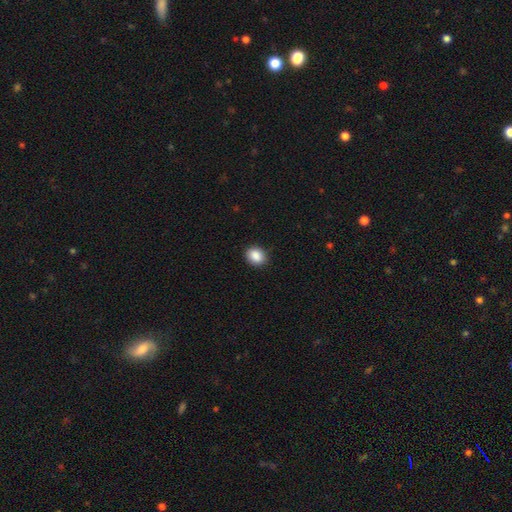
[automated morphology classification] The model was most divided on "how rounded": round: 57%, in between: 42%, cigar-shaped: 1%. More confident: smooth or featured — smooth (89%); merging — none (89%).